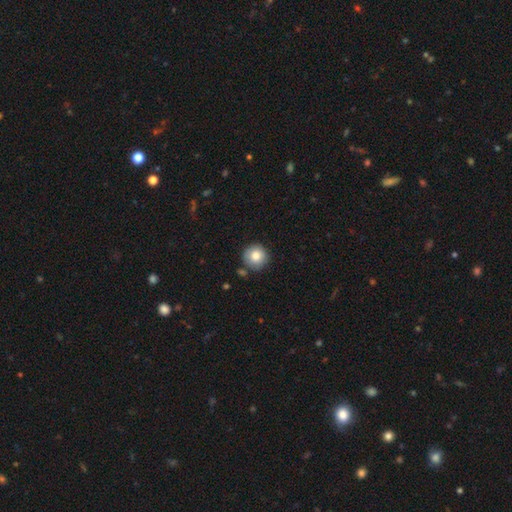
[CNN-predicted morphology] smooth 82%, featured or disk 9%, star or artifact 9%. Down the decision tree: how rounded — round (95%); merging — none (83%).